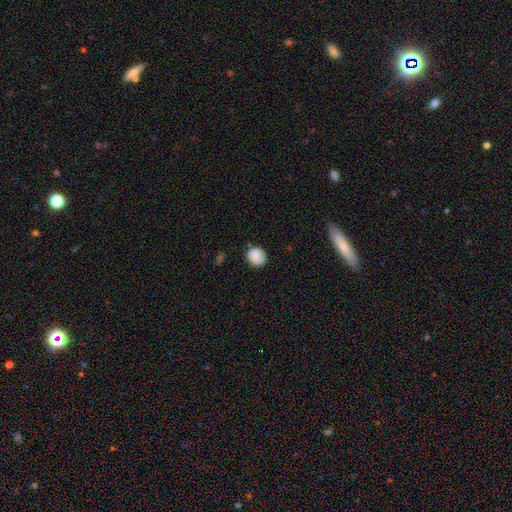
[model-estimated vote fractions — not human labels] smooth-or-featured: smooth: 85% | star or artifact: 8% | featured or disk: 7%
  how-rounded: round: 75% | in between: 24% | cigar-shaped: 1%
  merging: none: 80% | minor disturbance: 16% | major disturbance: 3% | merger: 2%